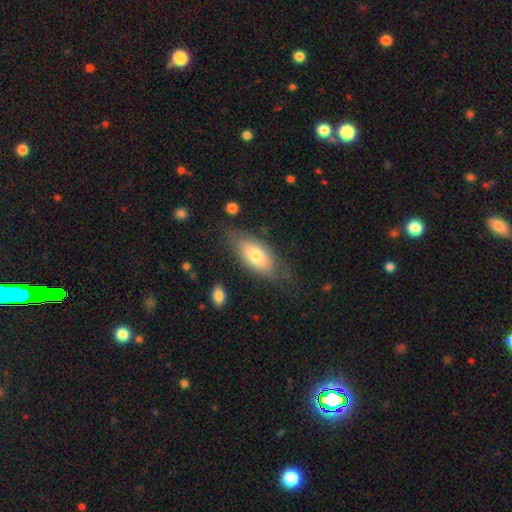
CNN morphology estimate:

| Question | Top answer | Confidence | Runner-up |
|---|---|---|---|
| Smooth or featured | smooth | 69% | featured or disk (24%) |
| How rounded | in between | 86% | cigar-shaped (10%) |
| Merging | none | 65% | minor disturbance (22%) |